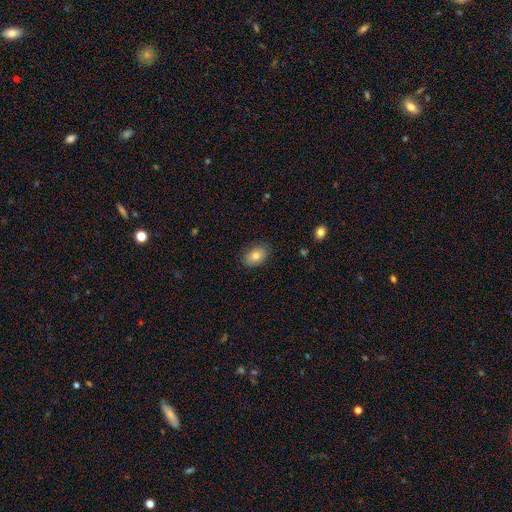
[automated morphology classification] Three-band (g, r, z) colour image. It shows a smooth galaxy with no disk features (81%) that is in between round and cigar-shaped (83%). Merging: none (85%).